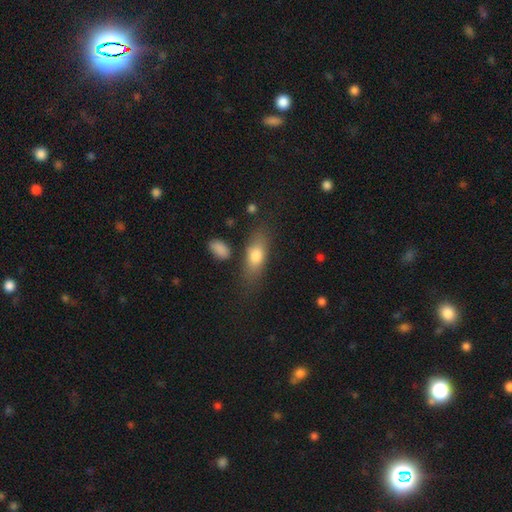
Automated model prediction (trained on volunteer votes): This appears to be a smooth galaxy with no disk features (75%) that is in between round and cigar-shaped (72%). Merging: none (71%).